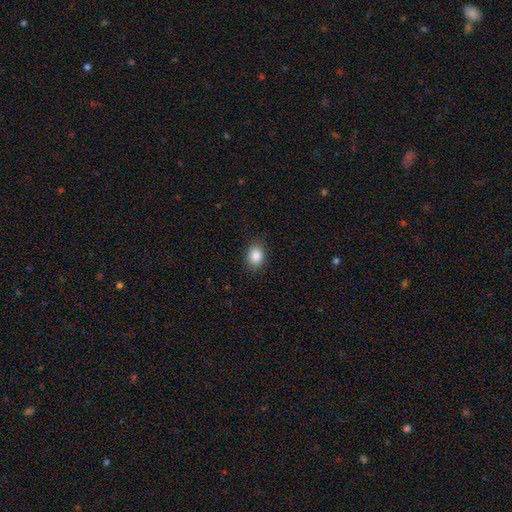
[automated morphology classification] smooth_or_featured: smooth (p=0.87) [alt: star or artifact p=0.09]
how_rounded: in between (p=0.58) [alt: round p=0.41]
merging: none (p=0.87) [alt: minor disturbance p=0.10]